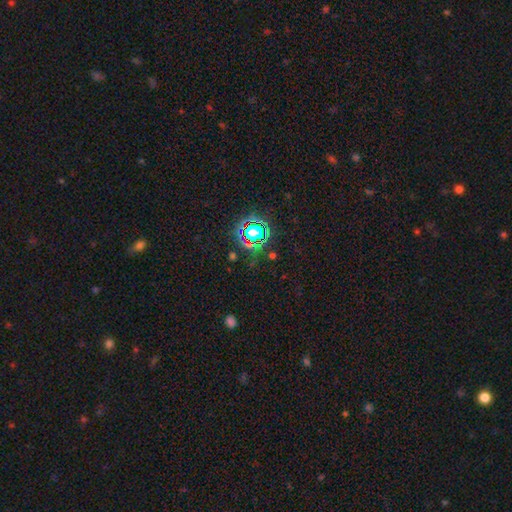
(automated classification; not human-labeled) This is likely a star or artifact rather than a galaxy (76%).